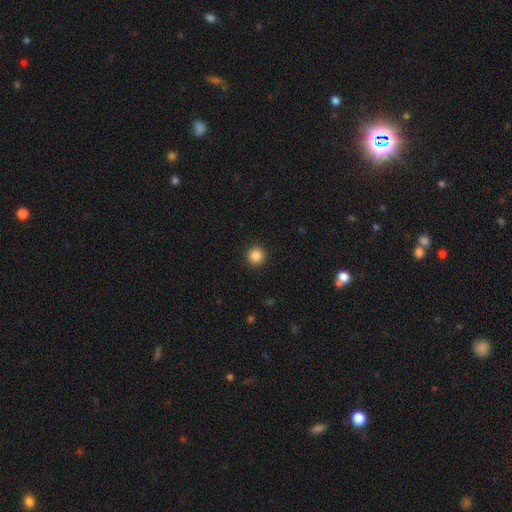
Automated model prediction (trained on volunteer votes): smooth-or-featured: smooth: 86% | star or artifact: 11% | featured or disk: 3%
  how-rounded: round: 95% | in between: 4% | cigar-shaped: 1%
  merging: none: 93% | minor disturbance: 5% | major disturbance: 2% | merger: 1%